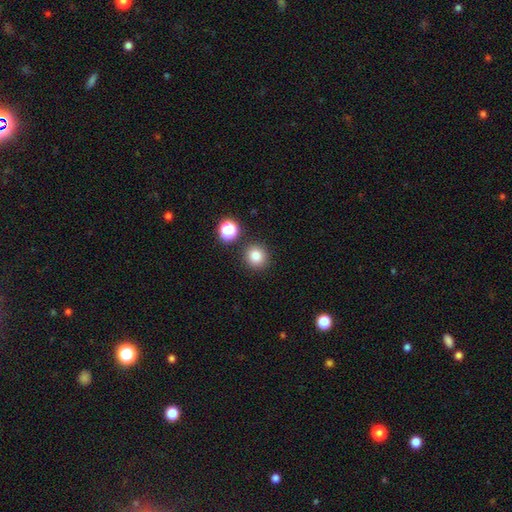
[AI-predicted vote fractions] Smooth or featured: smooth — 81% (star or artifact — 13%)
How rounded: round — 92% (in between — 7%)
Merging: none — 86% (minor disturbance — 7%)